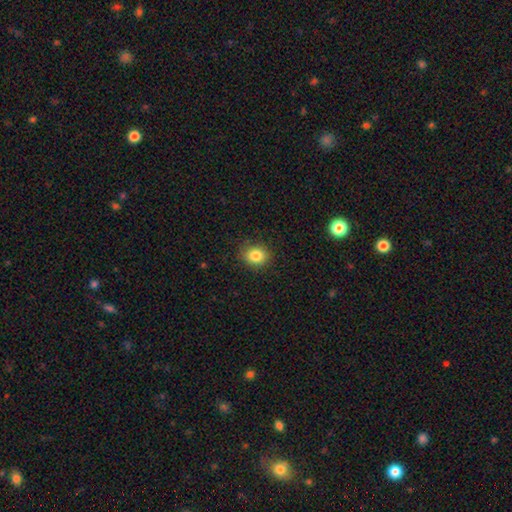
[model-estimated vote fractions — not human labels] This appears to be a smooth galaxy with no disk features (83%) that is round (65%). Merging: none (87%).